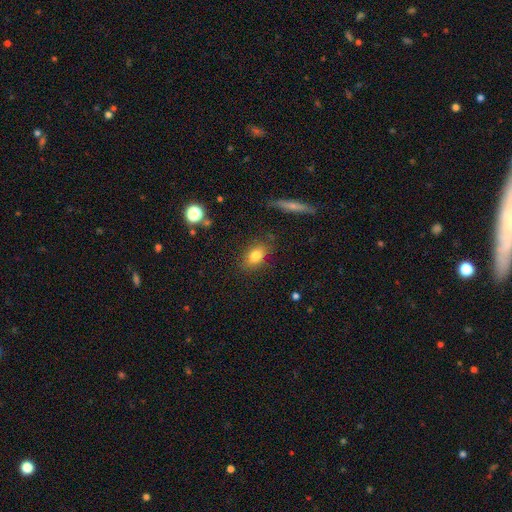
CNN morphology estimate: A smooth galaxy with no disk features (80%) that is in between round and cigar-shaped (79%).

Vote fractions:
- Smooth or featured? smooth: 80% / featured or disk: 10% / star or artifact: 10%
- How rounded? in between: 79% / round: 17% / cigar-shaped: 4%
- Merging? none: 82% / minor disturbance: 12% / major disturbance: 3% / merger: 2%